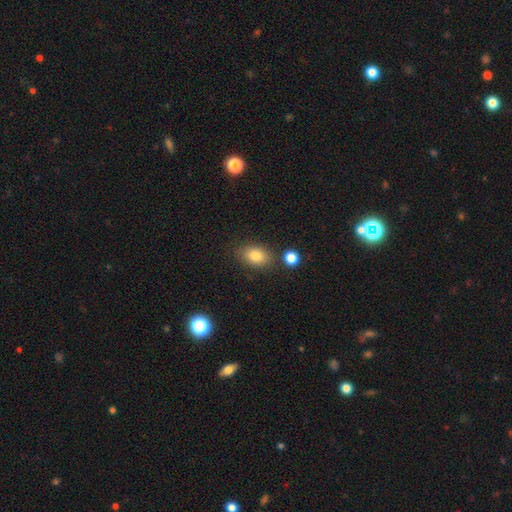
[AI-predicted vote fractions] Smooth or featured? Predicted: smooth (p=0.83). How rounded? Predicted: in between (p=0.80). Merging? Predicted: none (p=0.77).